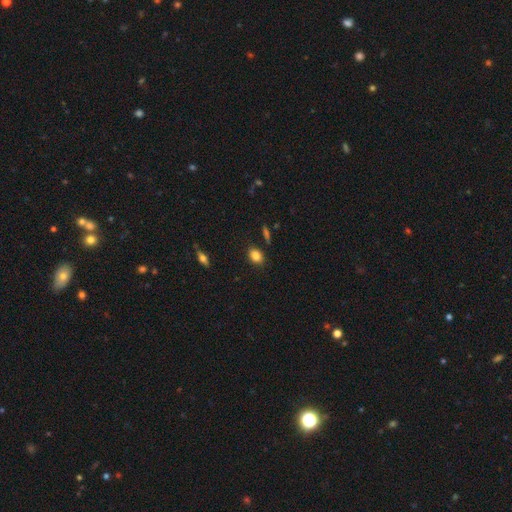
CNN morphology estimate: smooth_or_featured: smooth (p=0.84) [alt: star or artifact p=0.09]
how_rounded: in between (p=0.64) [alt: round p=0.34]
merging: none (p=0.82) [alt: minor disturbance p=0.12]